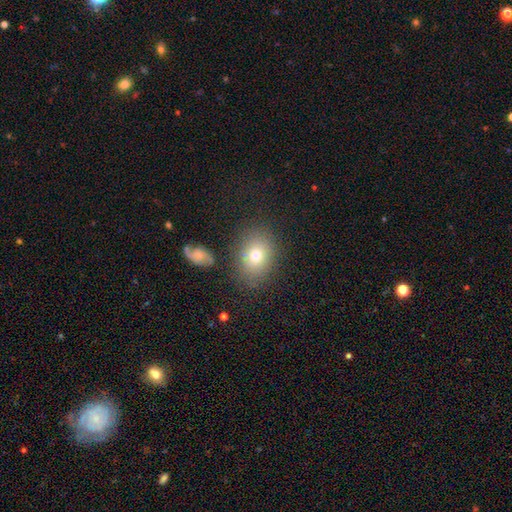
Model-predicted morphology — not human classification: Smooth or featured: smooth — 75% (featured or disk — 13%)
How rounded: in between — 59% (round — 40%)
Merging: none — 81% (minor disturbance — 12%)